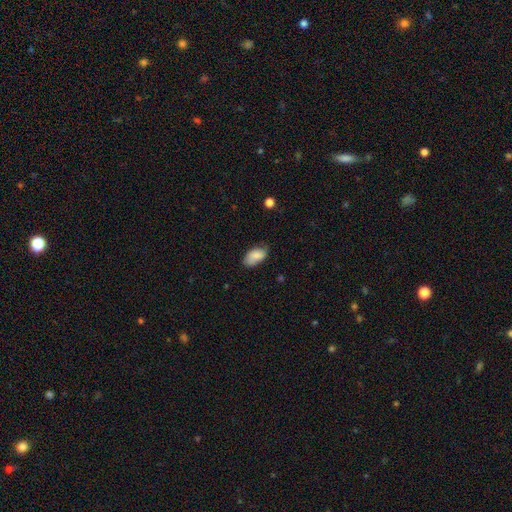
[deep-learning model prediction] This appears to be a smooth galaxy with no disk features (81%) that is in between round and cigar-shaped (94%). Merging: none (65%).